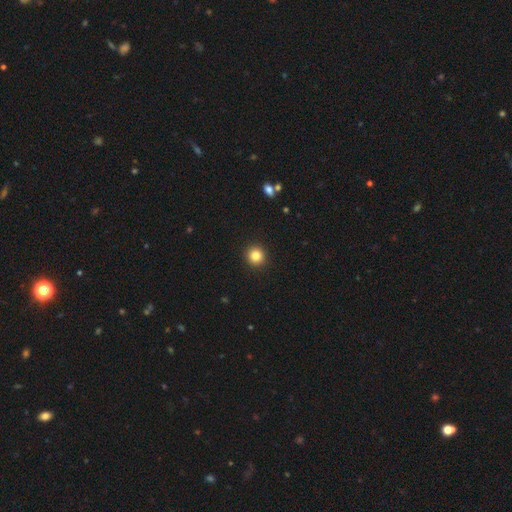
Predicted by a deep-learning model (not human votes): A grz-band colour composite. It shows a smooth galaxy with no disk features (84%) that is round (94%). Merging: none (93%).